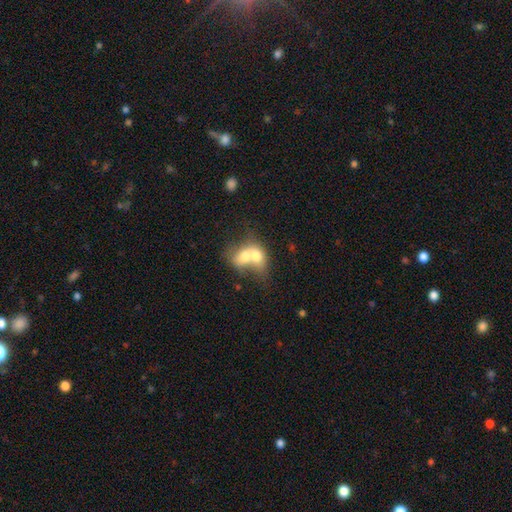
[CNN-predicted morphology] Smooth or featured: smooth — 64% (featured or disk — 28%)
How rounded: in between — 61% (round — 37%)
Merging: merger — 80% (none — 11%)